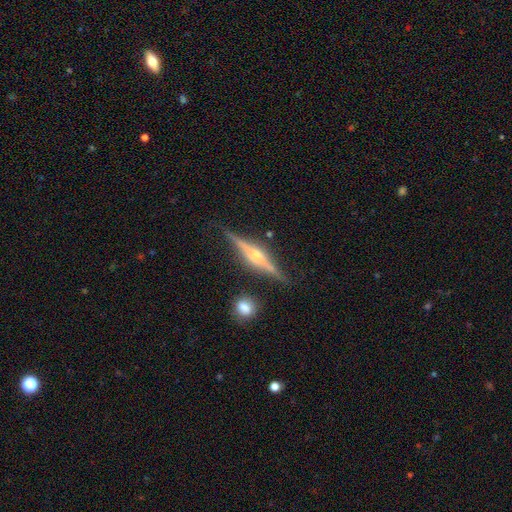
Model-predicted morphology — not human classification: featured or disk 85%, smooth 9%, star or artifact 6%. Down the decision tree: edge-on disk — yes (98%); edge-on bulge — rounded (90%); merging — none (85%).